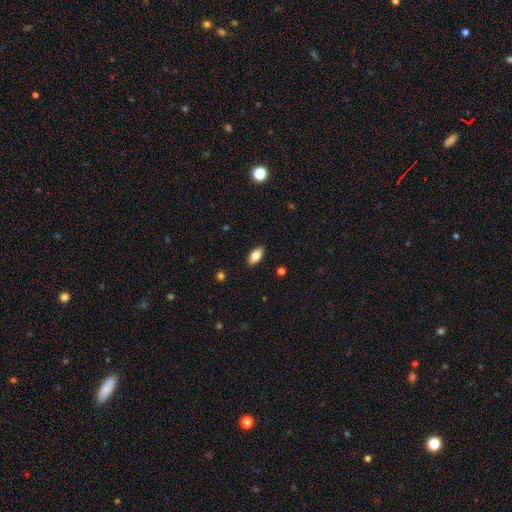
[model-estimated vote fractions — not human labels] Smooth or featured?
  - smooth: 82% *
  - featured or disk: 11%
  - star or artifact: 7%
How rounded?
  - in between: 92% *
  - cigar-shaped: 6%
  - round: 3%
Merging?
  - none: 89% *
  - minor disturbance: 8%
  - major disturbance: 2%
  - merger: 1%